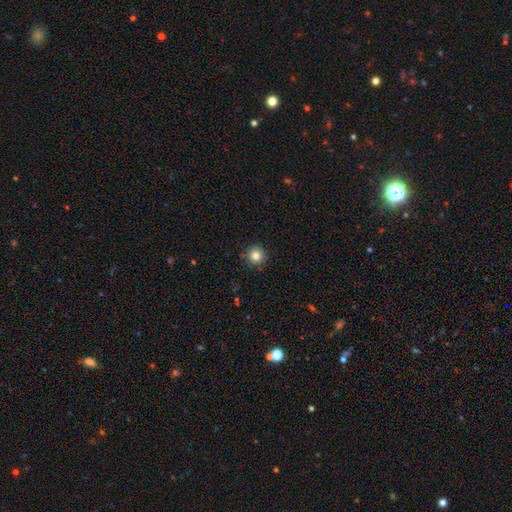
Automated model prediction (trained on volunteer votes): Morphology: type=smooth (84%); roundness=round (95%); merging=none (90%).